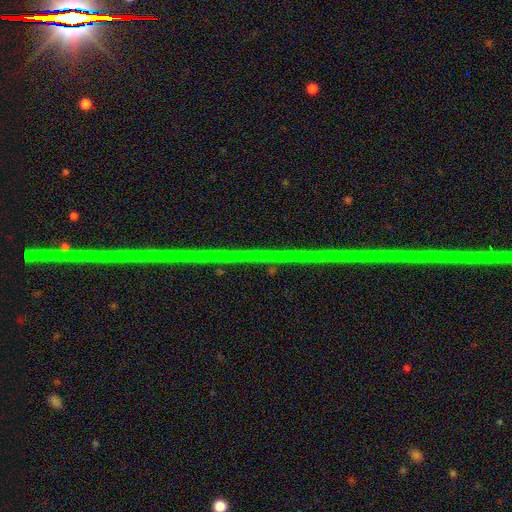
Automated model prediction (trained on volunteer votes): star or artifact 89%, featured or disk 7%, smooth 4%.